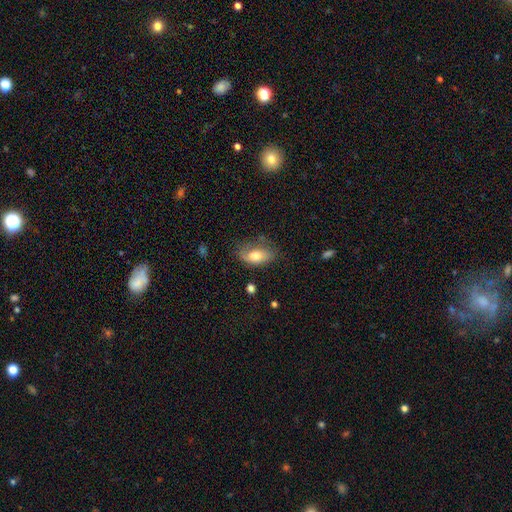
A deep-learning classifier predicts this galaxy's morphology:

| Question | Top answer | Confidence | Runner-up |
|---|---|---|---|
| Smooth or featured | smooth | 70% | featured or disk (22%) |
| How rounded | in between | 90% | round (7%) |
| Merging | none | 54% | minor disturbance (31%) |